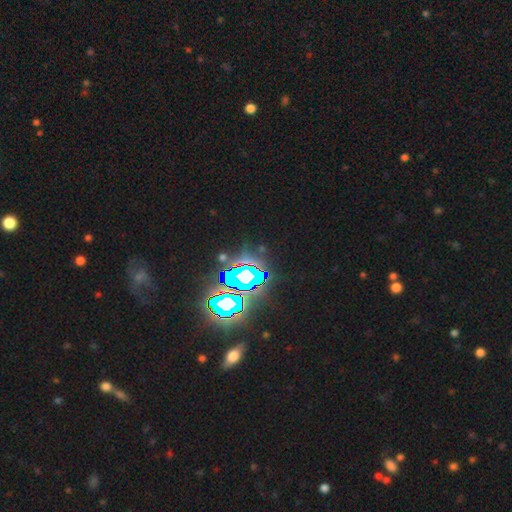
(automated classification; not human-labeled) Q: Smooth or featured?
A: star or artifact (83%); runner-up: smooth (10%)